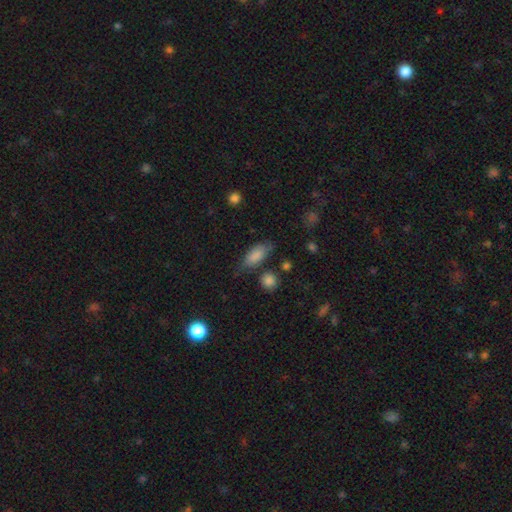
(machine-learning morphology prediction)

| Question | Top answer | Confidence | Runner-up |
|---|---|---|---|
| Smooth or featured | smooth | 83% | featured or disk (10%) |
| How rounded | in between | 84% | cigar-shaped (12%) |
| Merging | none | 63% | minor disturbance (24%) |